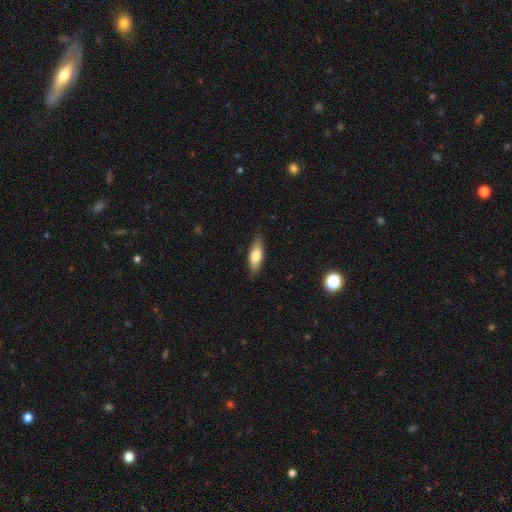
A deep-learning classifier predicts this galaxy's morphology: The model was most divided on "how rounded": in between: 60%, cigar-shaped: 38%, round: 2%. More confident: merging — none (81%); smooth or featured — smooth (71%).